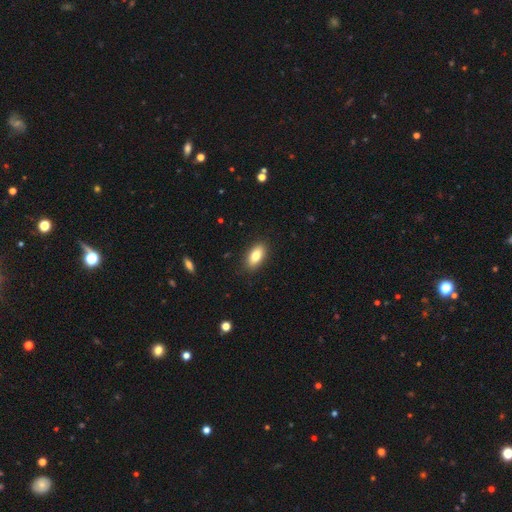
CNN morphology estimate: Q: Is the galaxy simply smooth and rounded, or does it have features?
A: smooth — 80%.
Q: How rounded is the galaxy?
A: in between — 89%.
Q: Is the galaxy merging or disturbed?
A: none — 88%.